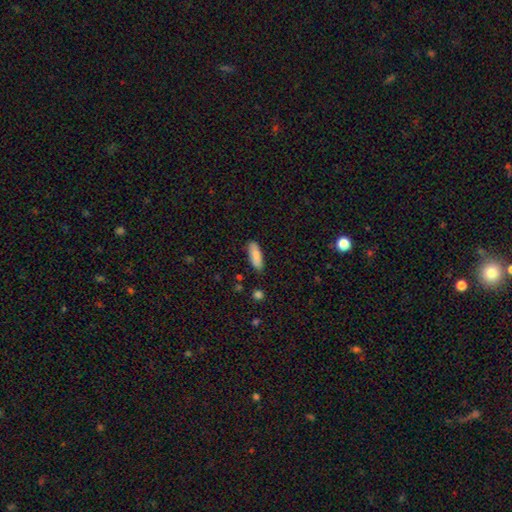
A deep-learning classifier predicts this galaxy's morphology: type=smooth (86%); roundness=in between (64%); merging=none (84%).